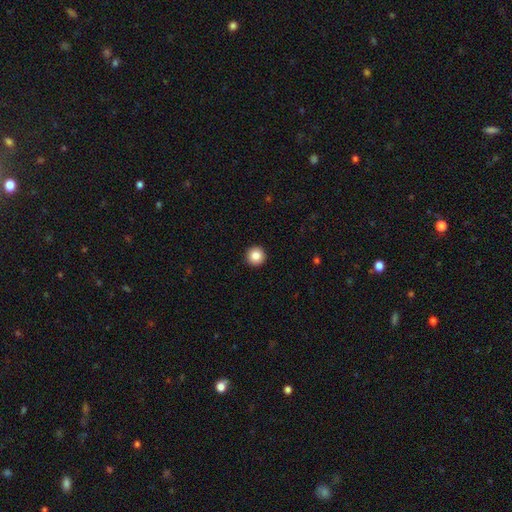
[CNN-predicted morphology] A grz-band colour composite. It shows a smooth galaxy with no disk features (86%) that is round (97%). Merging: none (94%).